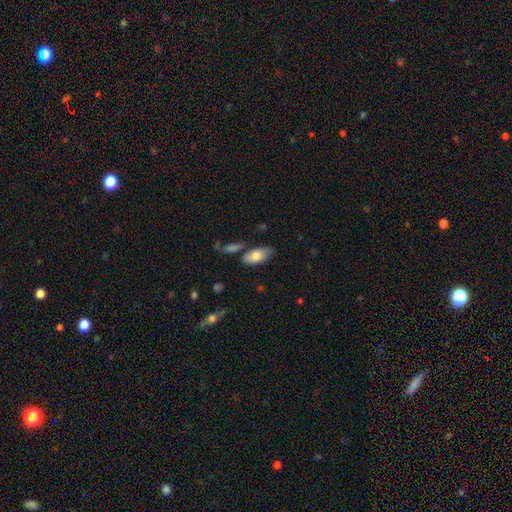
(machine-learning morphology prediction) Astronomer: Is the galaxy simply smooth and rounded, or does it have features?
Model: smooth — 78%.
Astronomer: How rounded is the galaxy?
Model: in between — 89%.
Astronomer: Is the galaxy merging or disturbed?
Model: none — 69%.